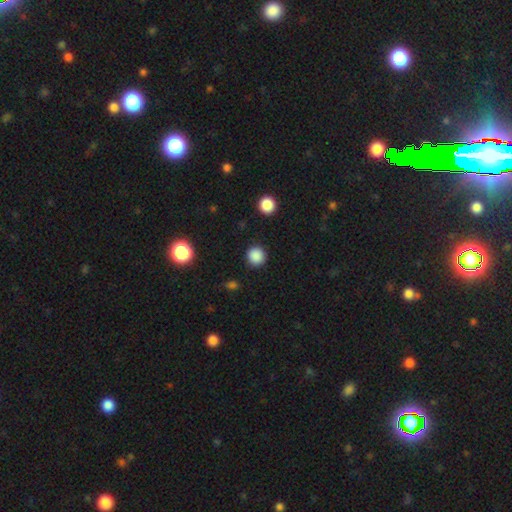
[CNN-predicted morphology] Overall: smooth (86%). How rounded: round (94%). Merging: none (91%).